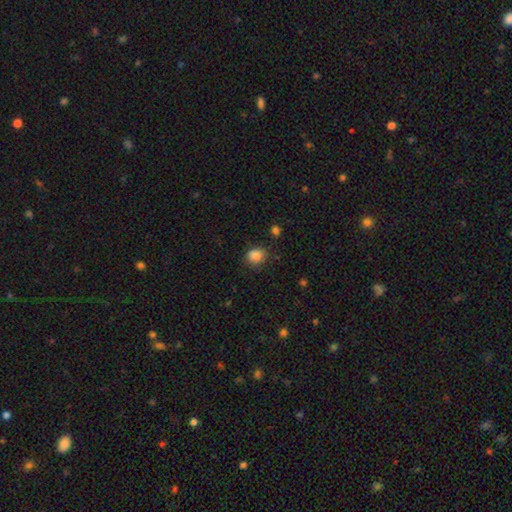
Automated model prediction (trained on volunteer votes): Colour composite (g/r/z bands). It shows a smooth galaxy with no disk features (85%) that is round (63%). Merging: none (76%).